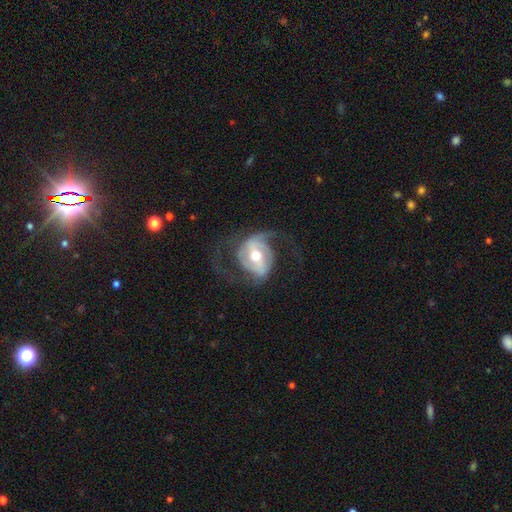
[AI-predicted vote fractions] smooth_or_featured: featured or disk (p=0.83) [alt: smooth p=0.12]
disk_edge_on: no (p=0.96) [alt: yes p=0.04]
bar: strong (p=0.41) [alt: weak p=0.37]
has_spiral_arms: yes (p=0.91) [alt: no p=0.09]
spiral_winding: loose (p=0.44) [alt: medium p=0.43]
spiral_arm_count: 2 (p=0.82) [alt: can't tell p=0.06]
bulge_size: moderate (p=0.72) [alt: small p=0.18]
merging: none (p=0.61) [alt: major disturbance p=0.22]